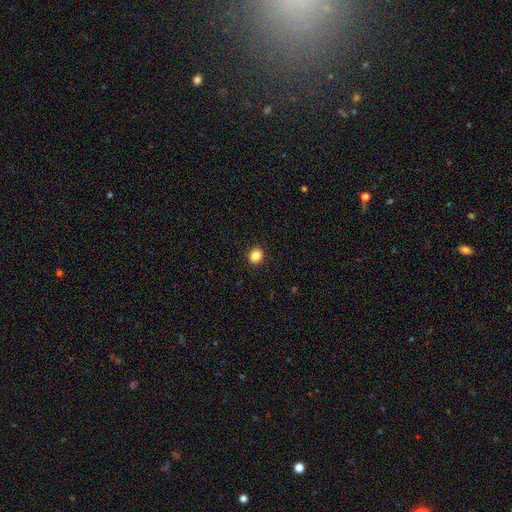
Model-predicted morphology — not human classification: Smooth or featured?
  - smooth: 86% *
  - star or artifact: 10%
  - featured or disk: 4%
How rounded?
  - round: 75% *
  - in between: 24%
  - cigar-shaped: 1%
Merging?
  - none: 92% *
  - minor disturbance: 5%
  - major disturbance: 2%
  - merger: 1%